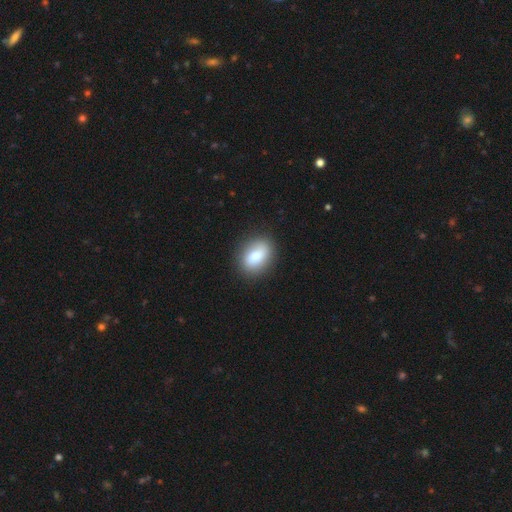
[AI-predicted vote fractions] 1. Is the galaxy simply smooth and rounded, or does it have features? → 77% smooth, 15% featured or disk, 8% star or artifact.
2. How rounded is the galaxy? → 71% in between, 27% round, 2% cigar-shaped.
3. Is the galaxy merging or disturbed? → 87% none, 9% minor disturbance, 3% major disturbance, 1% merger.